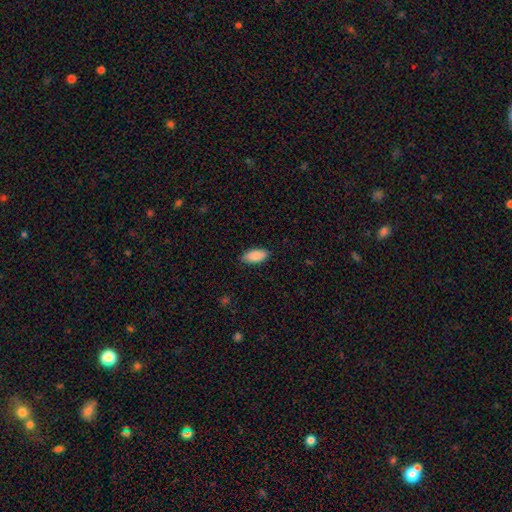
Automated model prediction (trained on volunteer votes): smooth_or_featured: smooth (p=0.89) [alt: star or artifact p=0.06]
how_rounded: in between (p=0.92) [alt: cigar-shaped p=0.06]
merging: none (p=0.86) [alt: minor disturbance p=0.11]